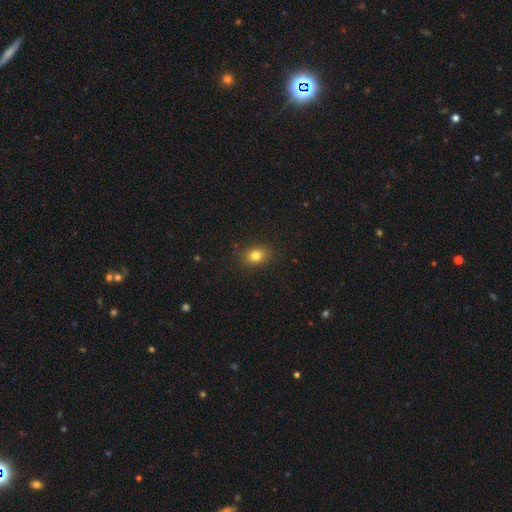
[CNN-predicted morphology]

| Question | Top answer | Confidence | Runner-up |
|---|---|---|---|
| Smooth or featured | smooth | 80% | star or artifact (12%) |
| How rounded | in between | 66% | round (33%) |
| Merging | none | 86% | minor disturbance (10%) |